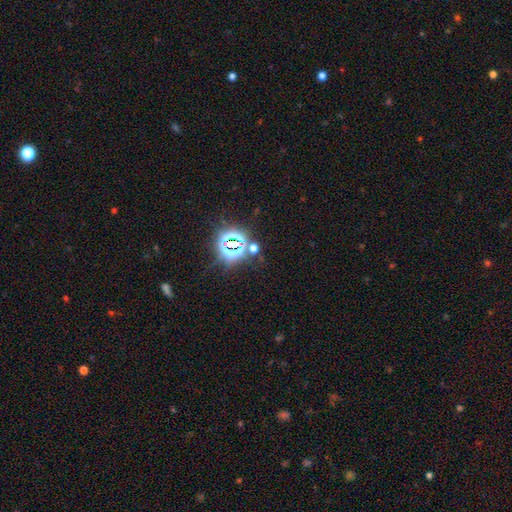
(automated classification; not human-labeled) Q: Smooth or featured?
A: star or artifact (80%); runner-up: smooth (13%)